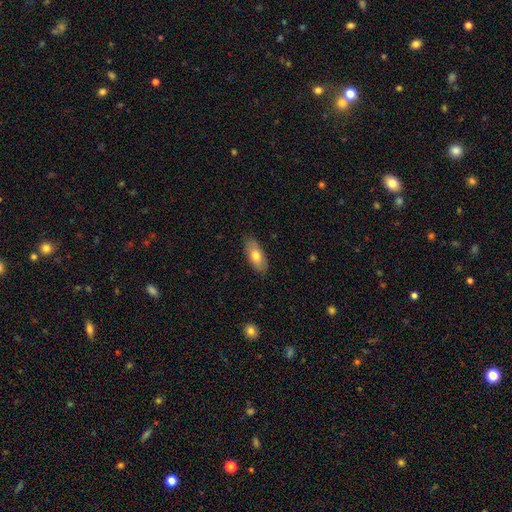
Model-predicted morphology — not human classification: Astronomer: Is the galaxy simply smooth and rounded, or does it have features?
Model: smooth — 72%.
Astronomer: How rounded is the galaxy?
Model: in between — 82%.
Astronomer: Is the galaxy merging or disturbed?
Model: none — 85%.